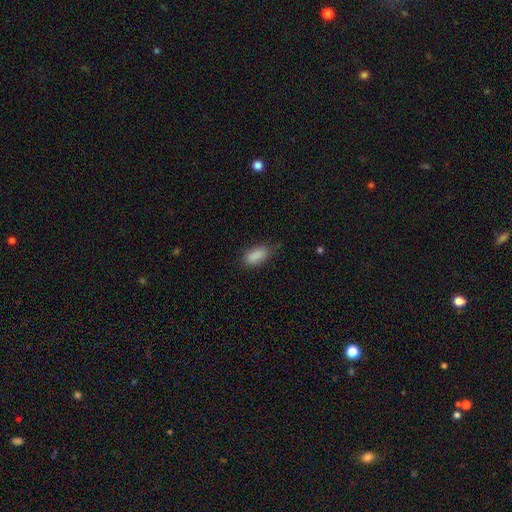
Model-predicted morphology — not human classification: A smooth galaxy with no disk features (88%) that is in between round and cigar-shaped (88%). Merging: none (73%).